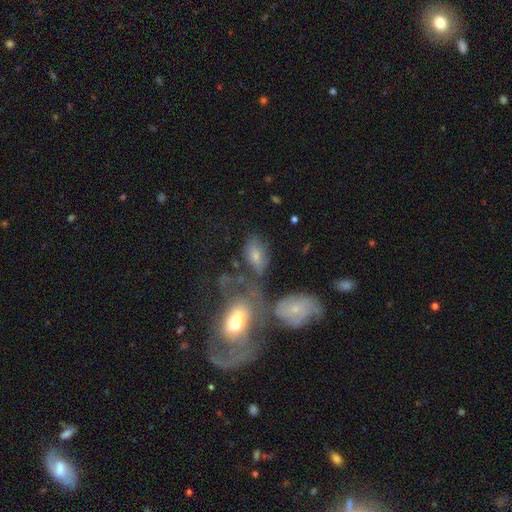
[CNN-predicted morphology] Smooth or featured: smooth — 56% (featured or disk — 33%)
How rounded: in between — 86% (round — 10%)
Merging: none — 41% (merger — 26%)